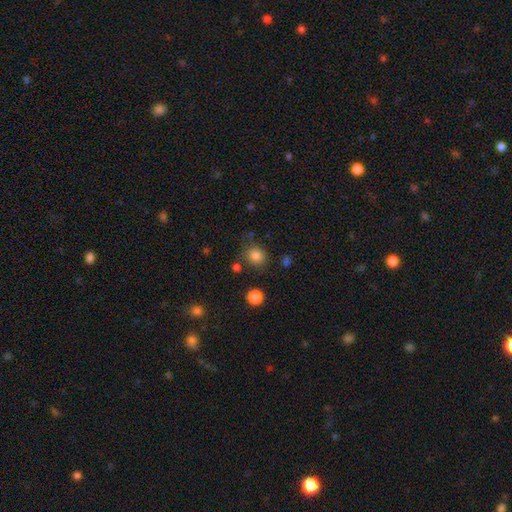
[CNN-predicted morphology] Q: Smooth or featured?
A: smooth (82%); runner-up: star or artifact (13%)
Q: How rounded?
A: round (81%); runner-up: in between (18%)
Q: Merging?
A: none (77%); runner-up: minor disturbance (13%)